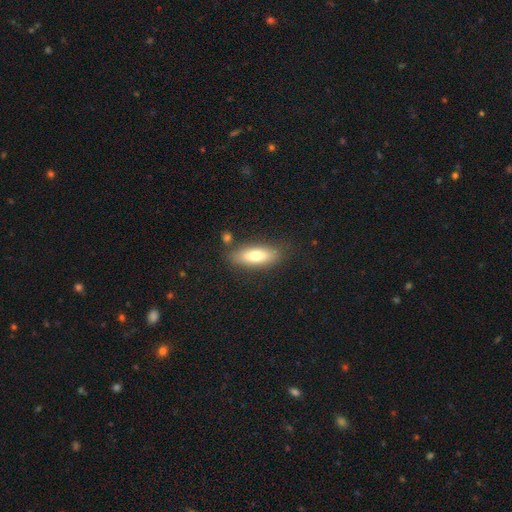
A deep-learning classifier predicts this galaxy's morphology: smooth-or-featured: smooth: 73% | featured or disk: 20% | star or artifact: 7%
  how-rounded: in between: 62% | cigar-shaped: 36% | round: 2%
  merging: none: 80% | minor disturbance: 13% | merger: 4% | major disturbance: 3%